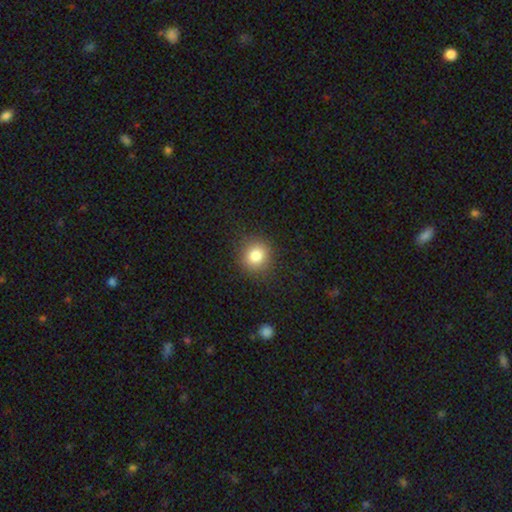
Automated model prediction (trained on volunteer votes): This is clearly a smooth galaxy (83%). How rounded: clearly round (87%). Merging: clearly none (89%).